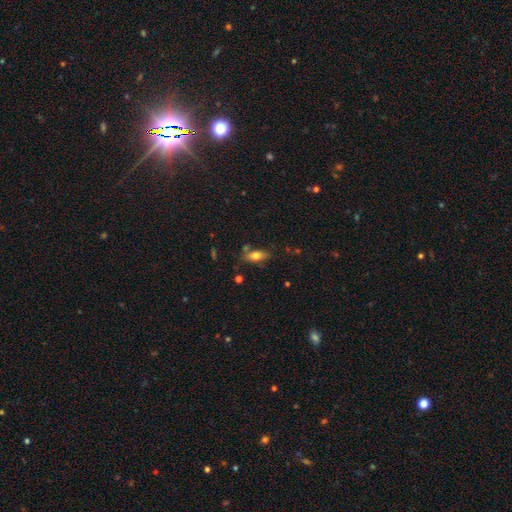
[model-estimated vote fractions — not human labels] Smooth or featured? Predicted: smooth (p=0.71). How rounded? Predicted: in between (p=0.78). Merging? Predicted: none (p=0.71).